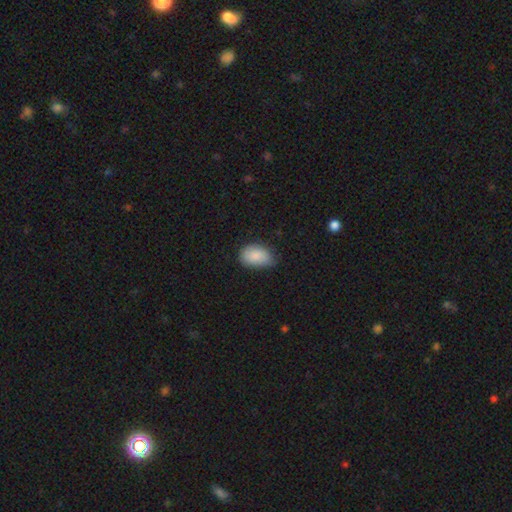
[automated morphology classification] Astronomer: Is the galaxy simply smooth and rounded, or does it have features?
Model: smooth — 87%.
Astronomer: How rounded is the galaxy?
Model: in between — 89%.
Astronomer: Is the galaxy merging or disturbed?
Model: none — 64%.